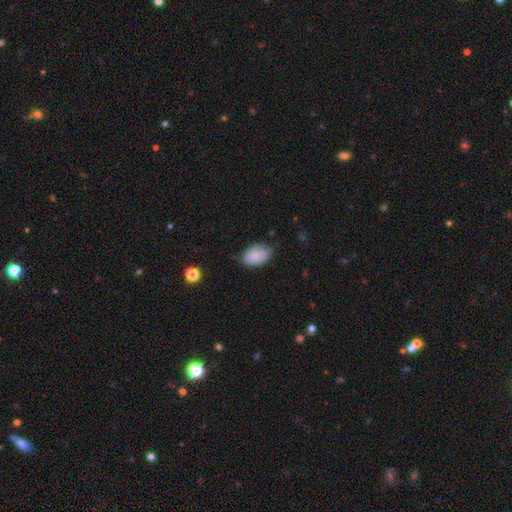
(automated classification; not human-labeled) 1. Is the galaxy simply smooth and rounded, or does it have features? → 87% smooth, 7% star or artifact, 7% featured or disk.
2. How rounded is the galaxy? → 91% in between, 8% round, 1% cigar-shaped.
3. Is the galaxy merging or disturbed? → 72% none, 23% minor disturbance, 4% major disturbance, 1% merger.